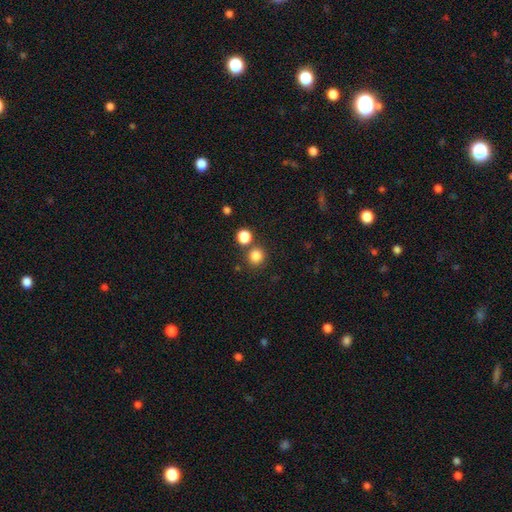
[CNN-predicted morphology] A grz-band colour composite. It shows a smooth galaxy with no disk features (83%) that is round (90%). Merging: none (77%).